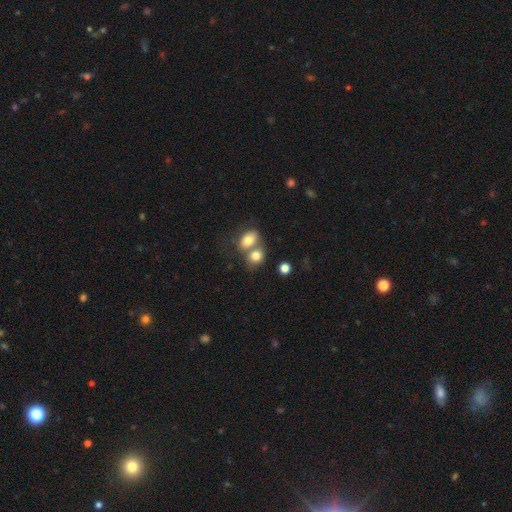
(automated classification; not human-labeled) Q: Smooth or featured?
A: smooth (78%); runner-up: featured or disk (12%)
Q: How rounded?
A: in between (52%); runner-up: round (46%)
Q: Merging?
A: merger (57%); runner-up: none (31%)